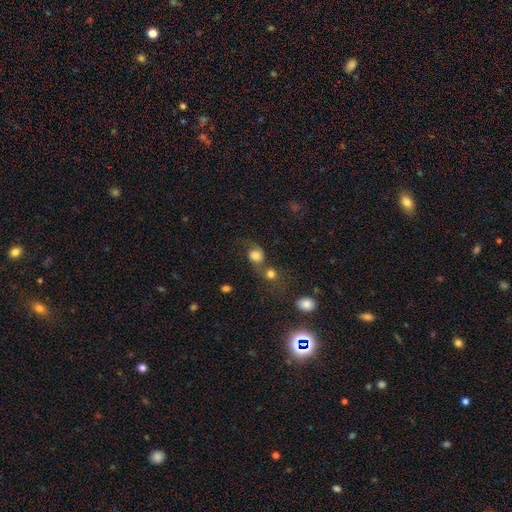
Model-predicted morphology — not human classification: smooth_or_featured: smooth (p=0.62) [alt: featured or disk p=0.26]
how_rounded: round (p=0.72) [alt: in between p=0.27]
merging: merger (p=0.45) [alt: none p=0.32]